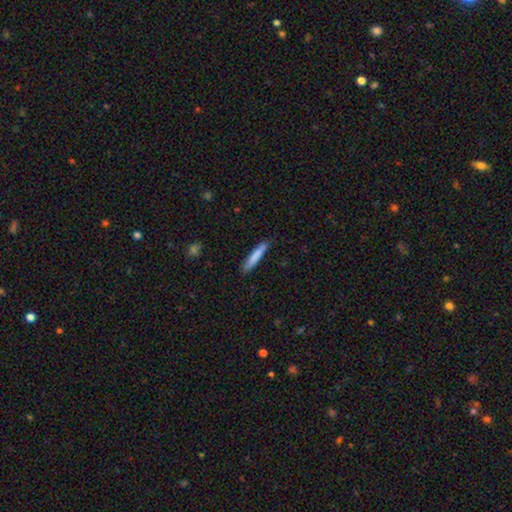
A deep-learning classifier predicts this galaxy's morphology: Q: Smooth or featured?
A: smooth (80%); runner-up: featured or disk (14%)
Q: How rounded?
A: cigar-shaped (92%); runner-up: in between (7%)
Q: Merging?
A: none (86%); runner-up: minor disturbance (10%)